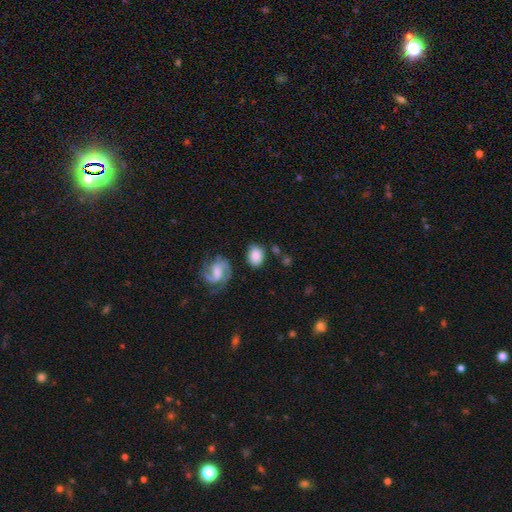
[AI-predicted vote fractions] smooth 75%, featured or disk 18%, star or artifact 8%. Down the decision tree: how rounded — in between (69%); merging — none (70%).